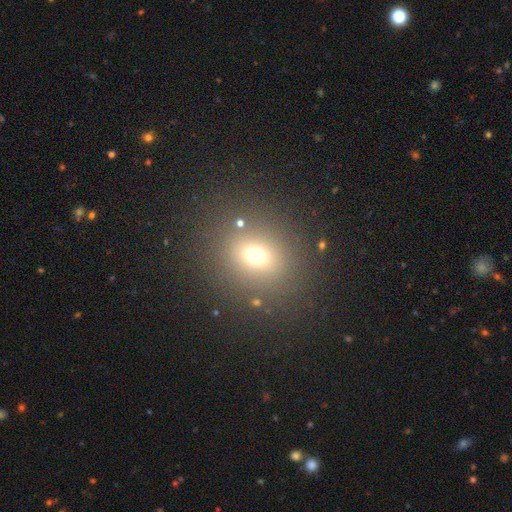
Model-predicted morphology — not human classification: A smooth galaxy with no disk features (68%) that is round (66%). Merging: none (83%).